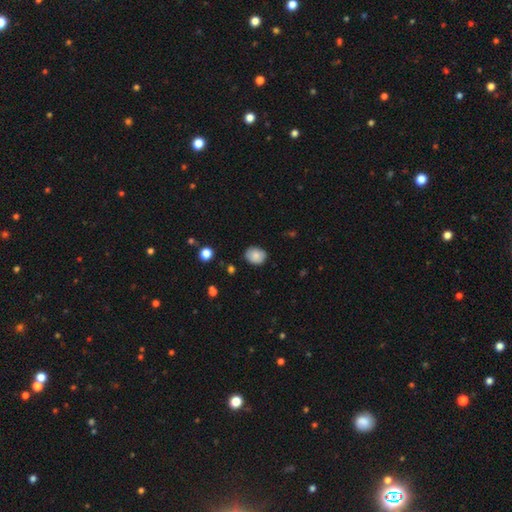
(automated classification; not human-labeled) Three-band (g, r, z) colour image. It shows a smooth galaxy with no disk features (85%) that is in between round and cigar-shaped (50%). Merging: none (82%).